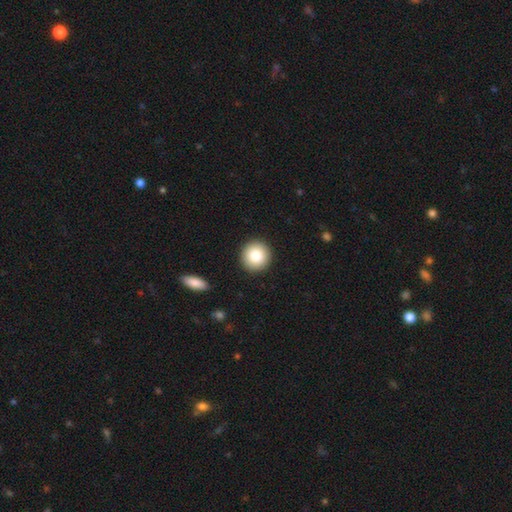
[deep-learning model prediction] This is clearly a smooth galaxy (83%). How rounded: clearly round (94%). Merging: clearly none (92%).